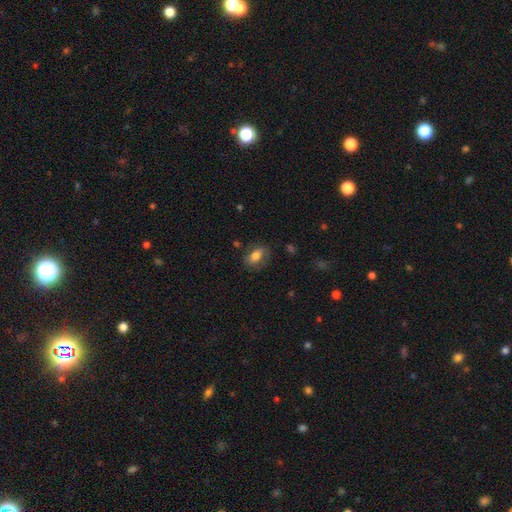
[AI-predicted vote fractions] Morphology: type=smooth (76%); roundness=in between (83%); merging=none (75%).